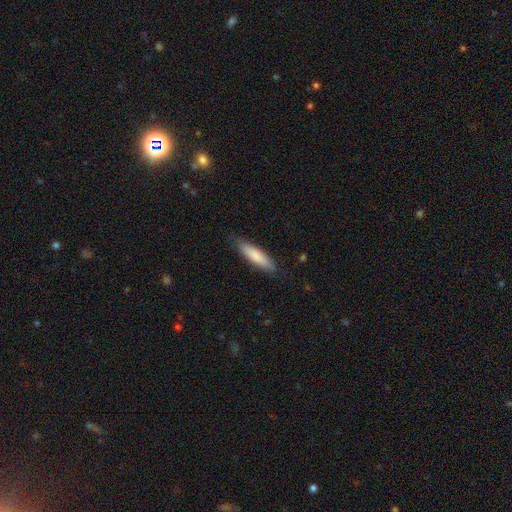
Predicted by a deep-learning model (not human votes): smooth-or-featured: smooth: 81% | featured or disk: 13% | star or artifact: 5%
  how-rounded: cigar-shaped: 68% | in between: 31% | round: 1%
  merging: none: 84% | minor disturbance: 13% | major disturbance: 2% | merger: 1%